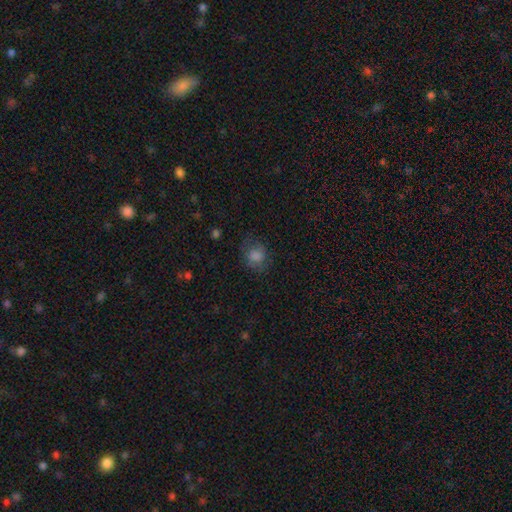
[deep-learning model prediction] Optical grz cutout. It shows a smooth galaxy with no disk features (68%) that is round (68%). Merging: none (70%).